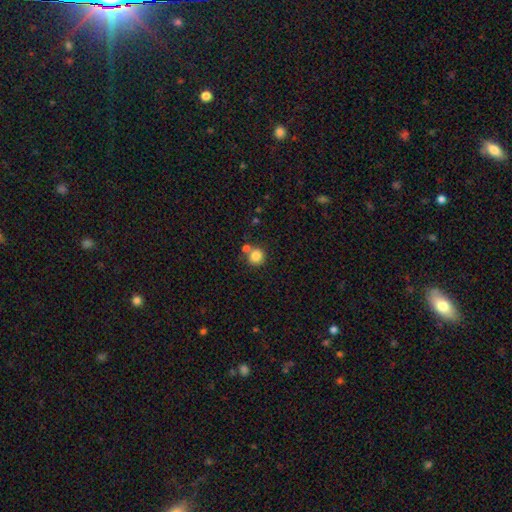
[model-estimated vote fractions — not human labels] Smooth or featured? Predicted: smooth (p=0.84). How rounded? Predicted: round (p=0.91). Merging? Predicted: none (p=0.68).